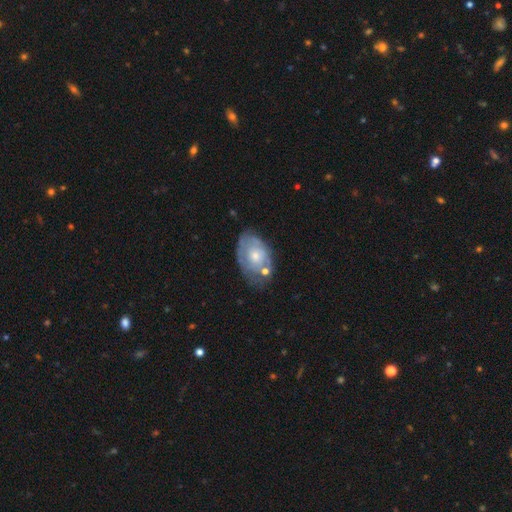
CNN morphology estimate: This is possibly a featured or disk galaxy (56%). It is clearly not viewed edge-on (95%). Bar: clearly no (85%). Spiral arm pattern: possibly no (54%). Central bulge: possibly small (48%). Merging: possibly none (51%).